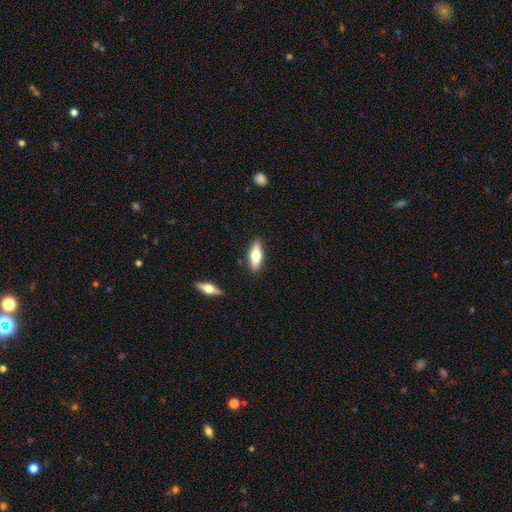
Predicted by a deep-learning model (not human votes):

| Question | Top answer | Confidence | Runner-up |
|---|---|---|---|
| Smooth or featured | smooth | 54% | featured or disk (40%) |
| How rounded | in between | 55% | cigar-shaped (42%) |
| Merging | none | 87% | minor disturbance (9%) |